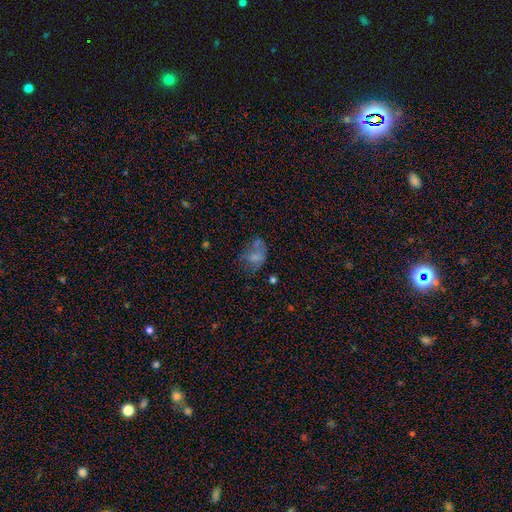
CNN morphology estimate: type=smooth (53%); roundness=in between (68%); merging=none (34%).